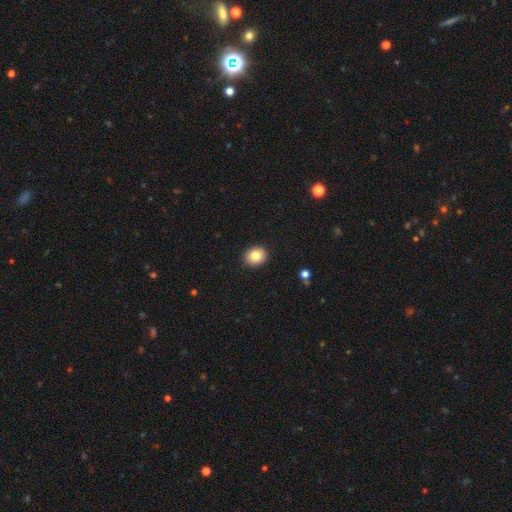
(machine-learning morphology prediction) A smooth galaxy with no disk features (82%) that is round (73%).

Vote fractions:
- Smooth or featured? smooth: 82% / star or artifact: 9% / featured or disk: 8%
- How rounded? round: 73% / in between: 26% / cigar-shaped: 1%
- Merging? none: 91% / minor disturbance: 7% / major disturbance: 2% / merger: 1%